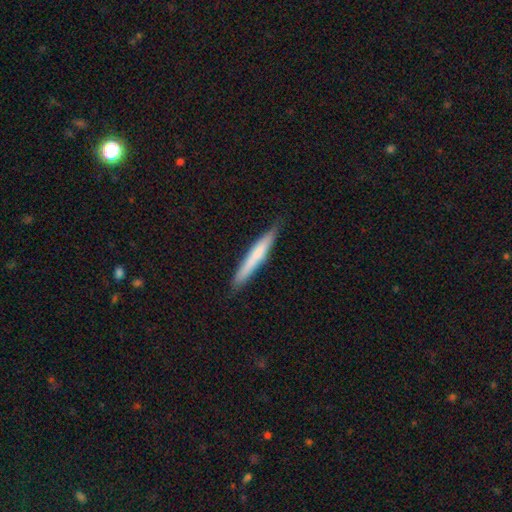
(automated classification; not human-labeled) Q: Smooth or featured?
A: smooth (64%); runner-up: featured or disk (30%)
Q: How rounded?
A: cigar-shaped (95%); runner-up: in between (4%)
Q: Merging?
A: none (86%); runner-up: minor disturbance (11%)